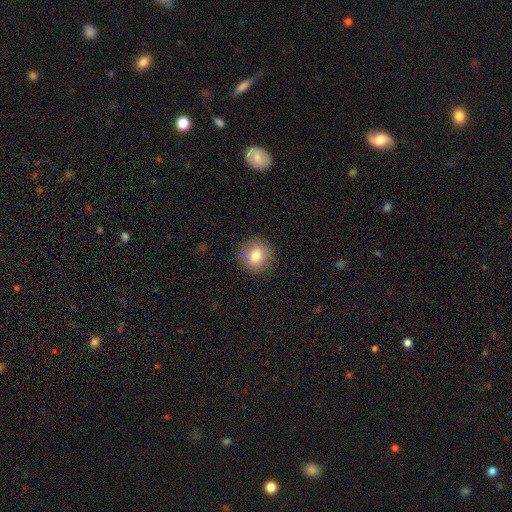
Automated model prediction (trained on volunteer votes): The model was most divided on "smooth or featured": smooth: 78%, featured or disk: 12%, star or artifact: 10%. More confident: how rounded — round (93%); merging — none (88%).